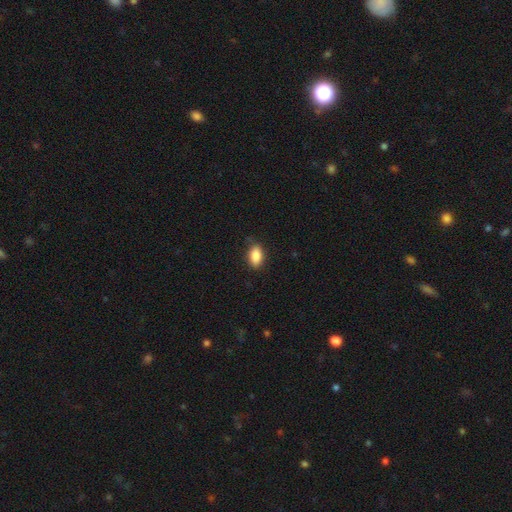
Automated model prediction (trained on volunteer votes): smooth_or_featured: smooth (p=0.88) [alt: star or artifact p=0.08]
how_rounded: in between (p=0.91) [alt: round p=0.07]
merging: none (p=0.81) [alt: minor disturbance p=0.15]